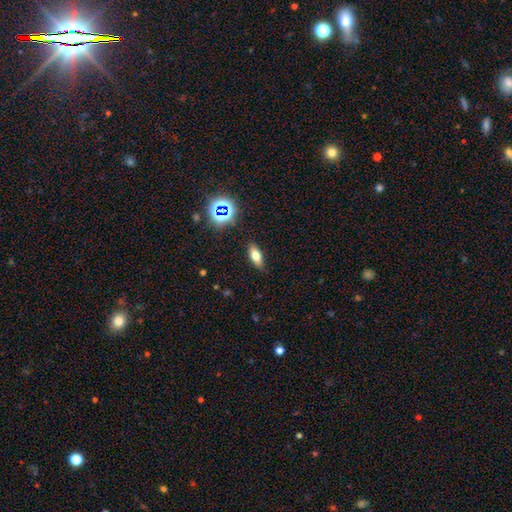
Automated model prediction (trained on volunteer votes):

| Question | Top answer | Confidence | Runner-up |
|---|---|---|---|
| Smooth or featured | smooth | 67% | featured or disk (19%) |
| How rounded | in between | 72% | cigar-shaped (23%) |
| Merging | none | 84% | minor disturbance (12%) |